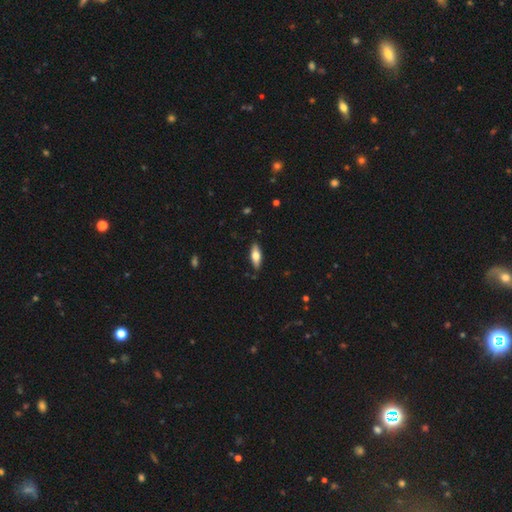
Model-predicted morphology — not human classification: A smooth galaxy with no disk features (65%) that is in between round and cigar-shaped (68%). Merging: none (86%).